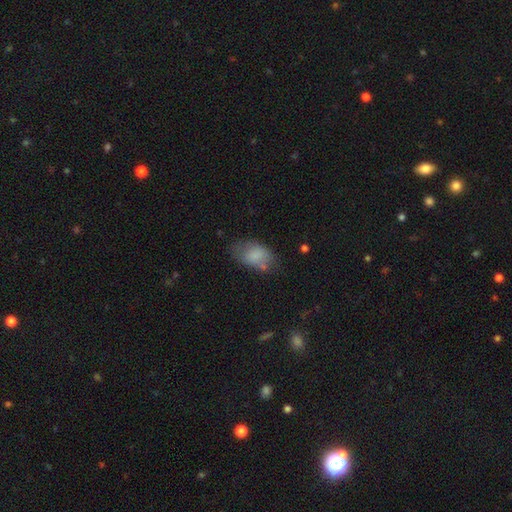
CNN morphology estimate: Smooth or featured? smooth (76%)
How rounded? in between (90%)
Merging? none (52%)